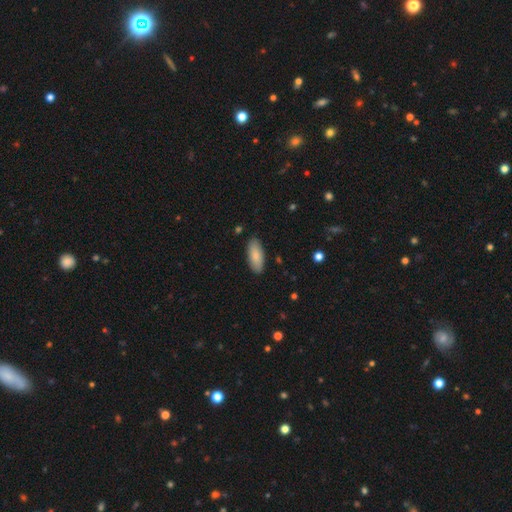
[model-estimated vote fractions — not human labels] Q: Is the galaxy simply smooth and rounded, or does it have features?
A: smooth — 86%.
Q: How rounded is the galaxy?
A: in between — 84%.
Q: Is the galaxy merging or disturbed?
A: none — 88%.